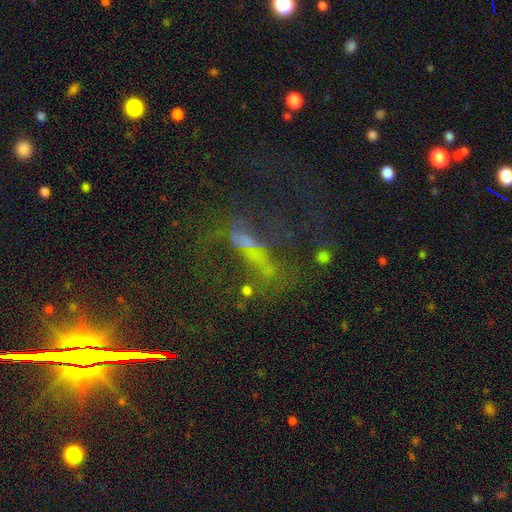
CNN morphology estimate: This is possibly a featured or disk galaxy (51%). It is clearly not viewed edge-on (82%). Merging: marginally none (41%).